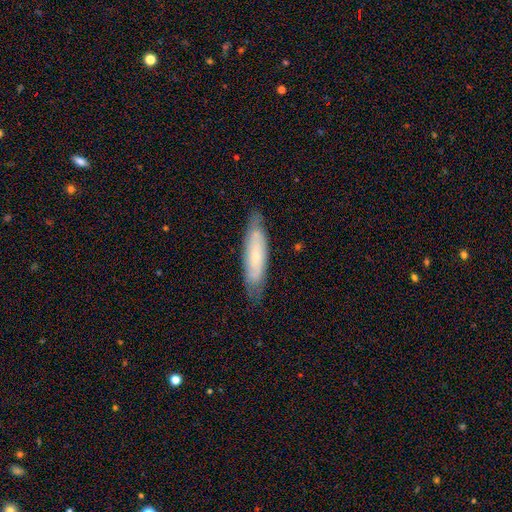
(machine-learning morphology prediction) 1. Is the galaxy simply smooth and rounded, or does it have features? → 48% smooth, 46% featured or disk, 7% star or artifact.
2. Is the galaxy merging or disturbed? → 78% none, 17% minor disturbance, 4% major disturbance, 1% merger.